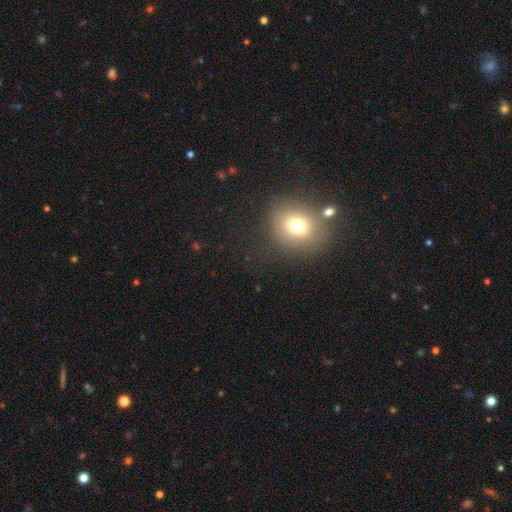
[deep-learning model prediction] Q: Smooth or featured?
A: smooth (60%); runner-up: star or artifact (29%)
Q: How rounded?
A: round (83%); runner-up: in between (16%)
Q: Merging?
A: none (78%); runner-up: minor disturbance (11%)